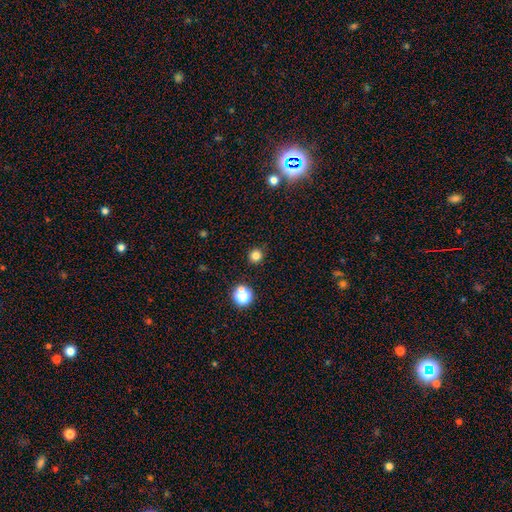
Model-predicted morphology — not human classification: smooth_or_featured: smooth (p=0.79) [alt: star or artifact p=0.16]
how_rounded: round (p=0.93) [alt: in between p=0.06]
merging: none (p=0.90) [alt: minor disturbance p=0.06]